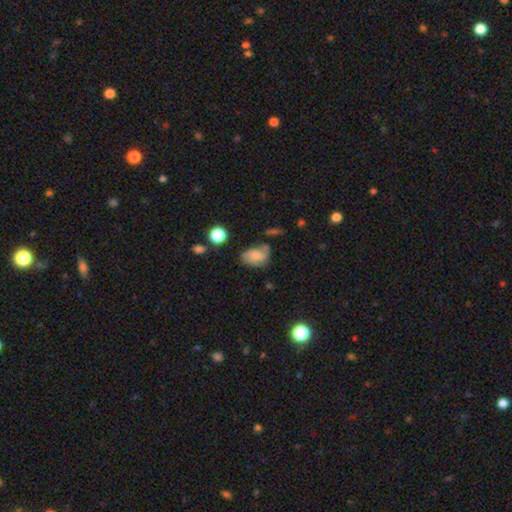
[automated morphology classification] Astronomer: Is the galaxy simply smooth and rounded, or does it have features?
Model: smooth — 62%.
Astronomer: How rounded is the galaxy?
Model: in between — 79%.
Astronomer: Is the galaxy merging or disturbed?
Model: none — 44% (runner-up: minor disturbance, 29%).